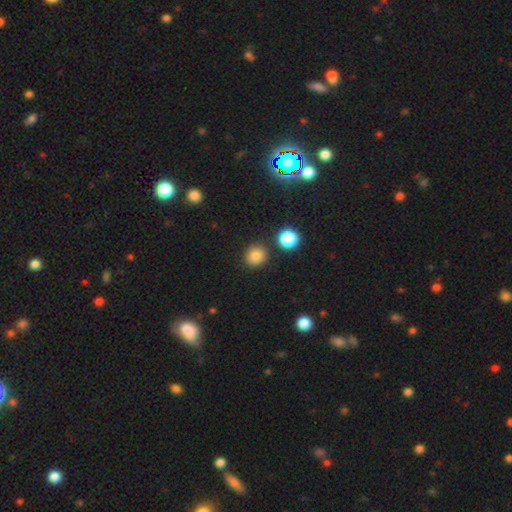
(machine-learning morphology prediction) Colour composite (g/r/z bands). It shows a smooth galaxy with no disk features (82%) that is round (86%). Merging: none (86%).